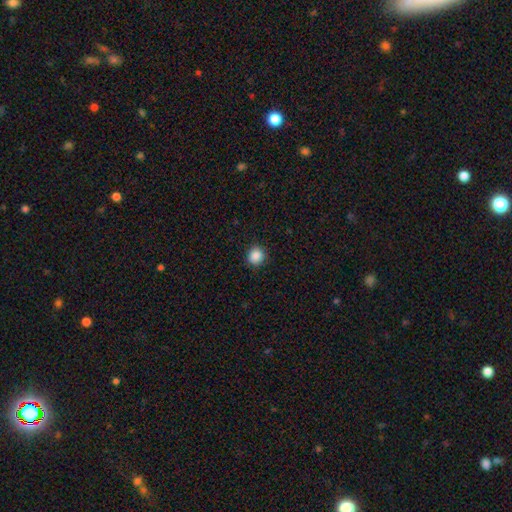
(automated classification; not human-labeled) A smooth galaxy with no disk features (88%) that is round (88%).

Vote fractions:
- Smooth or featured? smooth: 88% / star or artifact: 9% / featured or disk: 3%
- How rounded? round: 88% / in between: 11% / cigar-shaped: 1%
- Merging? none: 91% / minor disturbance: 6% / major disturbance: 2% / merger: 1%